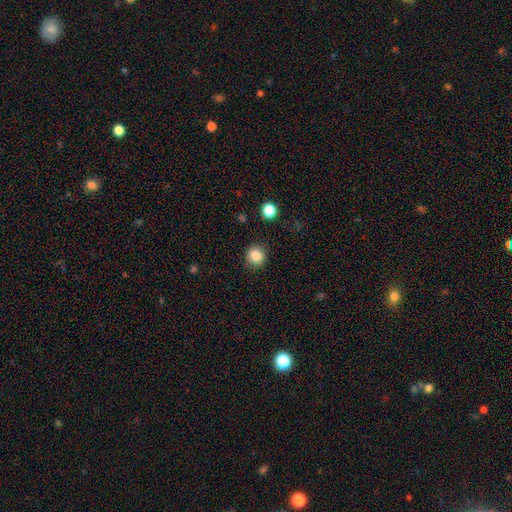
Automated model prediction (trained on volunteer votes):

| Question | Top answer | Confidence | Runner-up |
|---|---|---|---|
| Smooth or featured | smooth | 85% | star or artifact (11%) |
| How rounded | round | 90% | in between (9%) |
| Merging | none | 88% | minor disturbance (8%) |